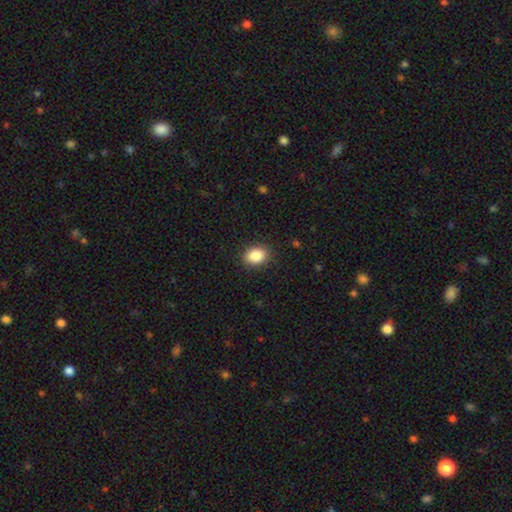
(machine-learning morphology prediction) Q: Smooth or featured?
A: smooth (88%); runner-up: star or artifact (8%)
Q: How rounded?
A: in between (64%); runner-up: round (35%)
Q: Merging?
A: none (88%); runner-up: minor disturbance (9%)